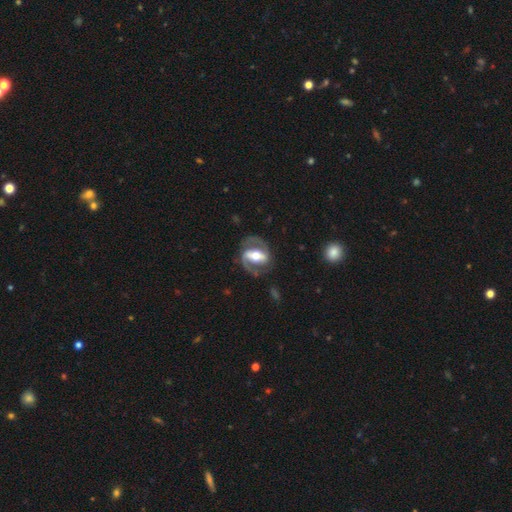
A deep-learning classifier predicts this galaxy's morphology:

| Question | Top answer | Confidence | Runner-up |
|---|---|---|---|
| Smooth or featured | featured or disk | 83% | smooth (13%) |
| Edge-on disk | no | 94% | yes (6%) |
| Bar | strong | 63% | weak (23%) |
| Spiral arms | yes | 87% | no (13%) |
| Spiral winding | medium | 51% | tight (28%) |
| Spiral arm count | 2 | 89% | can't tell (5%) |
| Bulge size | moderate | 65% | large (17%) |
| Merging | none | 74% | minor disturbance (14%) |